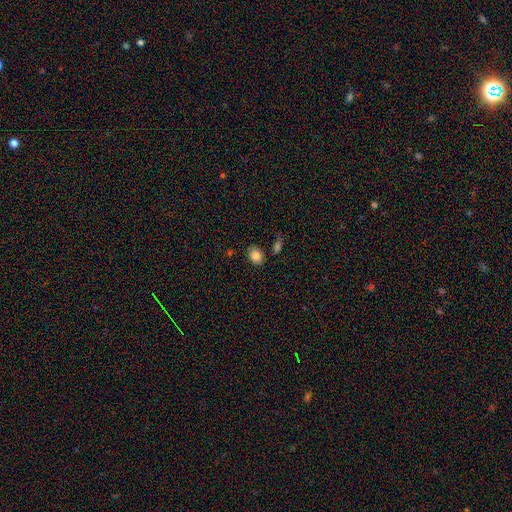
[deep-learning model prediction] smooth 84%, star or artifact 9%, featured or disk 6%. Down the decision tree: how rounded — in between (53%); merging — none (78%).